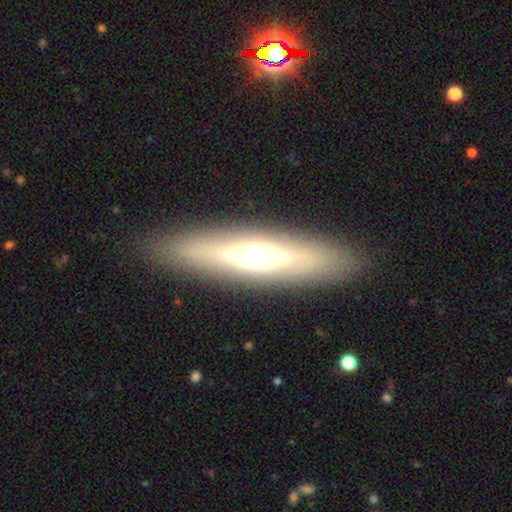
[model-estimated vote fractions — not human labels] Morphology: type=featured or disk (62%); edge-on=yes (70%); merging=none (87%).